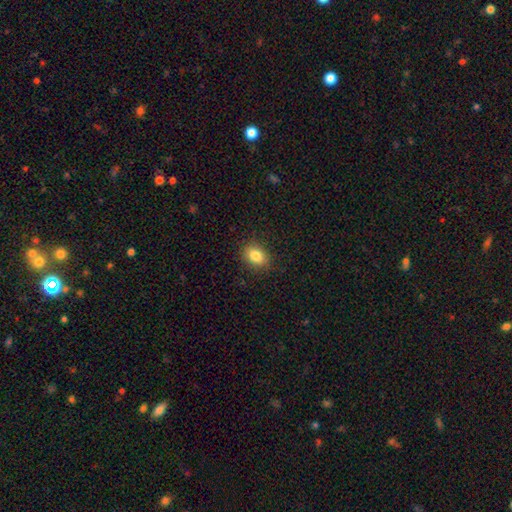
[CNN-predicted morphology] The model was most divided on "how rounded": in between: 68%, round: 30%, cigar-shaped: 1%. More confident: merging — none (87%); smooth or featured — smooth (85%).